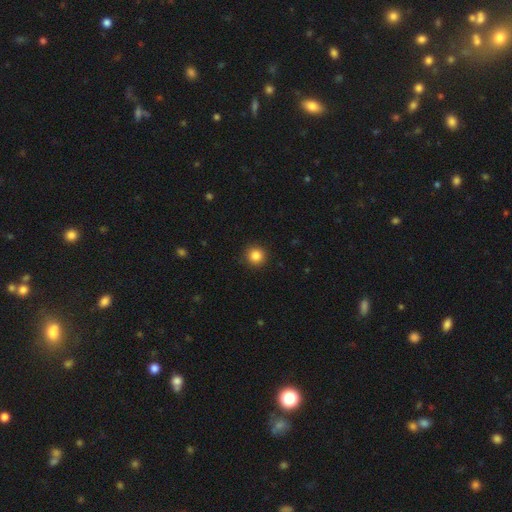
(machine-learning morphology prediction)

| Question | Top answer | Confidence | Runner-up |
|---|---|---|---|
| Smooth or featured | smooth | 85% | star or artifact (11%) |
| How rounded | round | 95% | in between (4%) |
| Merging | none | 92% | minor disturbance (6%) |